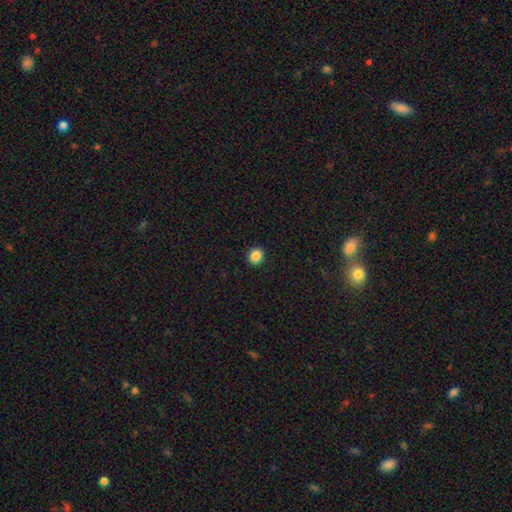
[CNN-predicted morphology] Smooth or featured? Predicted: smooth (p=0.87). How rounded? Predicted: round (p=0.66). Merging? Predicted: none (p=0.92).